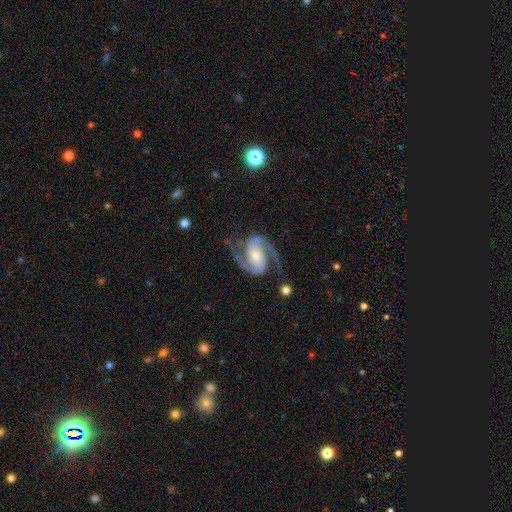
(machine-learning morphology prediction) featured or disk 92%, star or artifact 4%, smooth 4%. Down the decision tree: edge-on disk — no (98%); bar — no (46%); spiral arms — yes (98%); spiral arm count — 2 (94%); spiral winding — medium (60%); bulge size — moderate (49%); merging — none (76%).